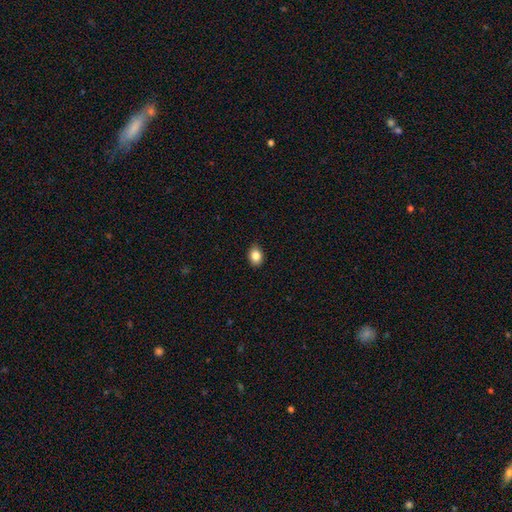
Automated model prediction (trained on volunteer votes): A smooth galaxy with no disk features (85%) that is in between round and cigar-shaped (67%). Merging: none (88%).